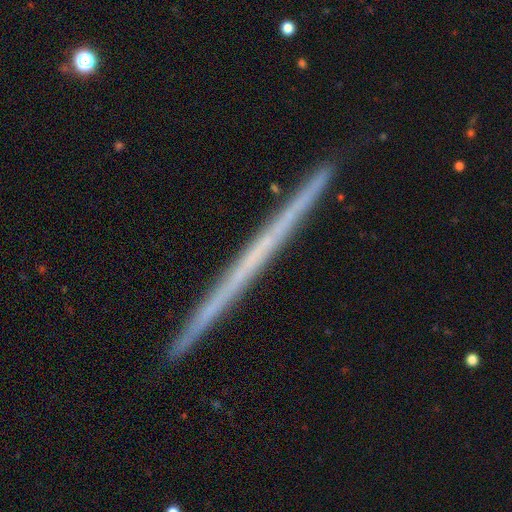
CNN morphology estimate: Overall: featured or disk (67%). Edge-on disk: yes (98%). Edge-on bulge: none (93%). Merging: none (92%).